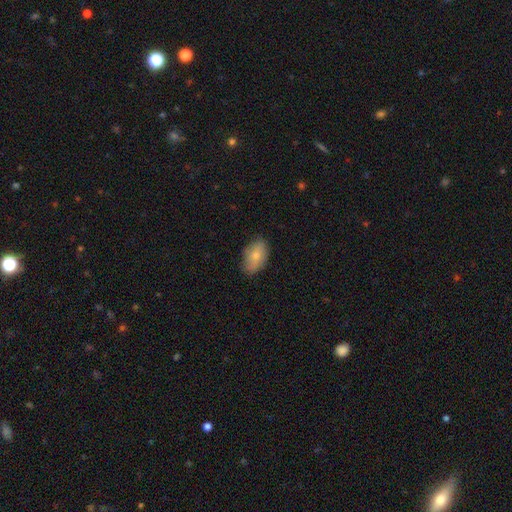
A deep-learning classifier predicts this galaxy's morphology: smooth_or_featured: smooth (p=0.78) [alt: featured or disk p=0.15]
how_rounded: in between (p=0.90) [alt: round p=0.08]
merging: none (p=0.79) [alt: minor disturbance p=0.17]